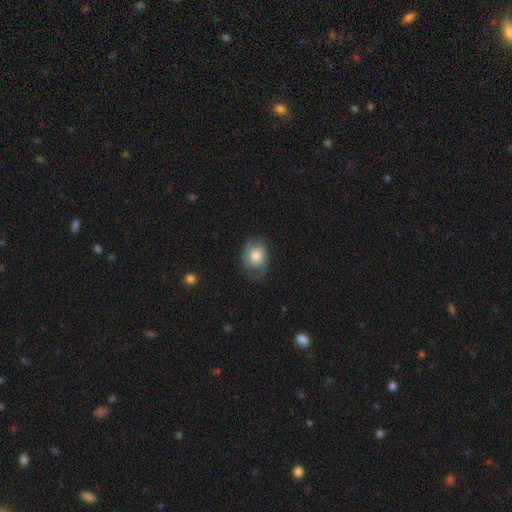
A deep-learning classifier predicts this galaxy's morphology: A smooth galaxy with no disk features (63%) that is in between round and cigar-shaped (51%). Merging: none (54%).